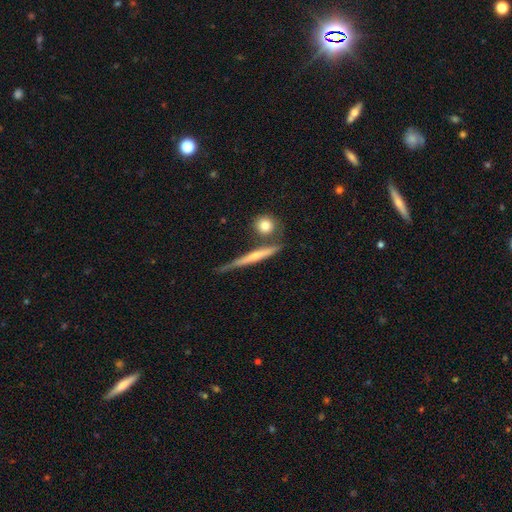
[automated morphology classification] smooth_or_featured: featured or disk (p=0.56) [alt: smooth p=0.38]
disk_edge_on: yes (p=0.94) [alt: no p=0.06]
edge_on_bulge: none (p=0.47) [alt: rounded p=0.45]
merging: none (p=0.68) [alt: minor disturbance p=0.16]